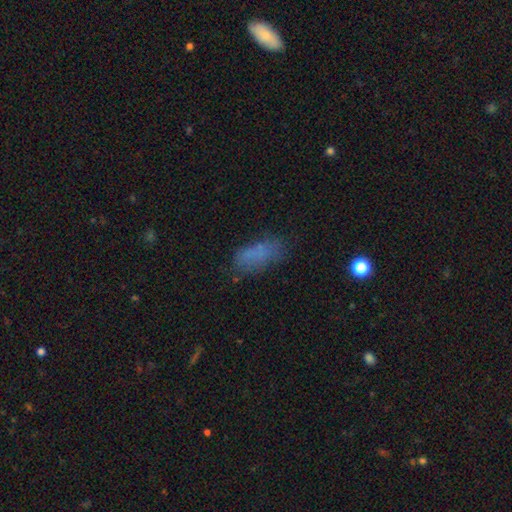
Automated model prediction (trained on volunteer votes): A smooth galaxy with no disk features (71%) that is in between round and cigar-shaped (81%).

Vote fractions:
- Smooth or featured? smooth: 71% / star or artifact: 15% / featured or disk: 14%
- How rounded? in between: 81% / cigar-shaped: 16% / round: 4%
- Merging? none: 62% / minor disturbance: 22% / major disturbance: 13% / merger: 3%